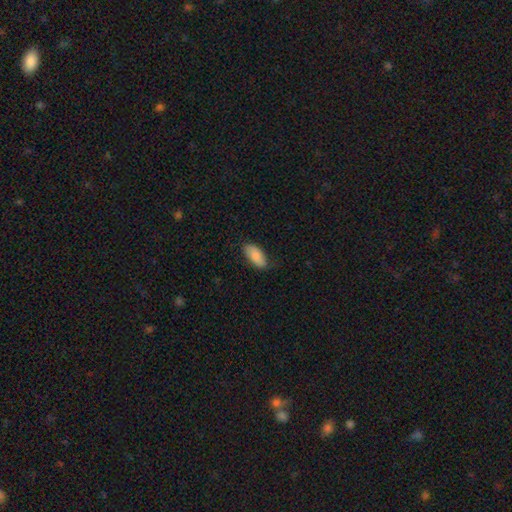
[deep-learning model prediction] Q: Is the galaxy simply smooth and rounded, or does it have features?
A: smooth — 83%.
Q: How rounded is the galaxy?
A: in between — 90%.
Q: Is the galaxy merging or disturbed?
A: none — 79%.